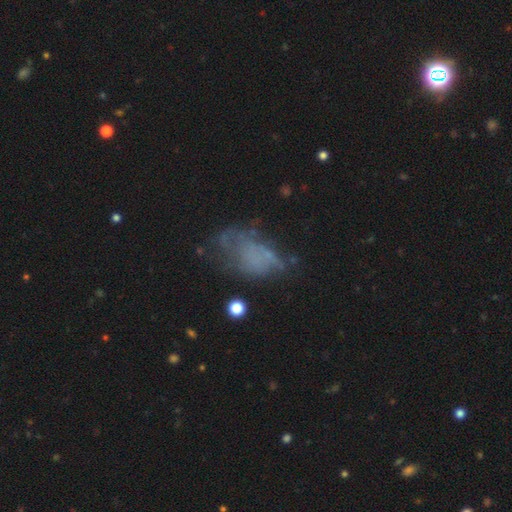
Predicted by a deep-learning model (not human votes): This appears to be a featured or disk galaxy (43%). Merging: none (35%, tied with major disturbance).